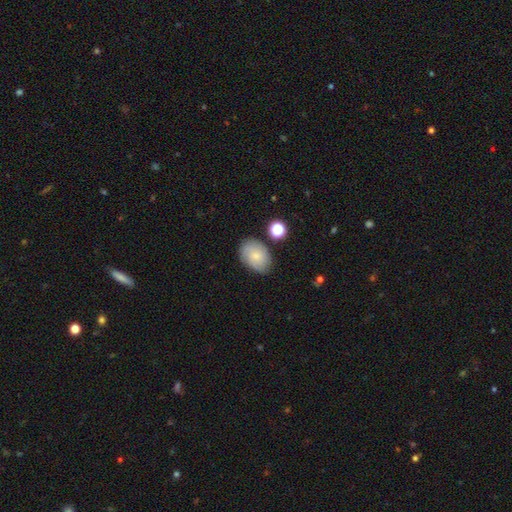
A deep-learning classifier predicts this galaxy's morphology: Q: Smooth or featured?
A: smooth (62%); runner-up: featured or disk (29%)
Q: How rounded?
A: in between (77%); runner-up: round (22%)
Q: Merging?
A: none (74%); runner-up: minor disturbance (17%)